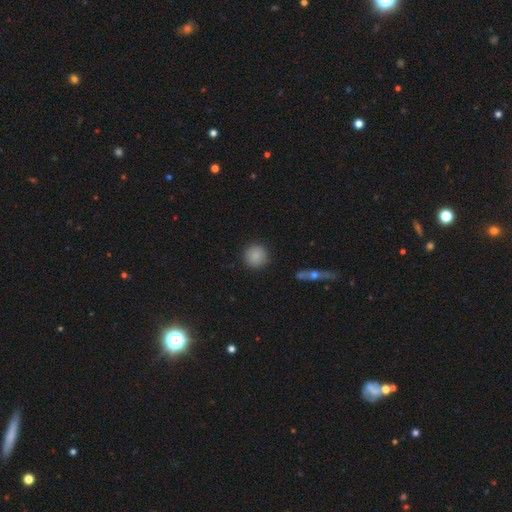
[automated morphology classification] The model was most divided on "smooth or featured": smooth: 86%, star or artifact: 9%, featured or disk: 6%. More confident: how rounded — round (94%); merging — none (91%).